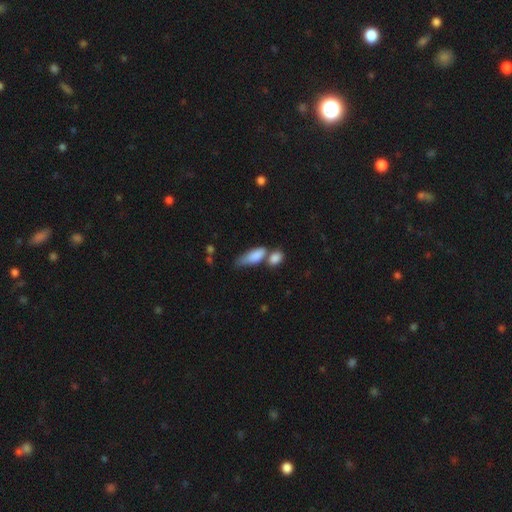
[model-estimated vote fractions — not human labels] smooth-or-featured: smooth: 82% | featured or disk: 11% | star or artifact: 7%
  how-rounded: in between: 72% | cigar-shaped: 24% | round: 4%
  merging: merger: 43% | none: 30% | minor disturbance: 18% | major disturbance: 9%